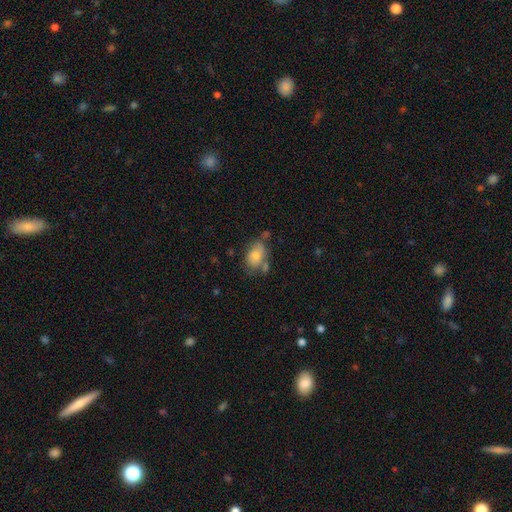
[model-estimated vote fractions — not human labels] A smooth galaxy with no disk features (72%) that is in between round and cigar-shaped (83%).

Vote fractions:
- Smooth or featured? smooth: 72% / featured or disk: 19% / star or artifact: 9%
- How rounded? in between: 83% / round: 15% / cigar-shaped: 2%
- Merging? none: 51% / minor disturbance: 25% / merger: 15% / major disturbance: 9%